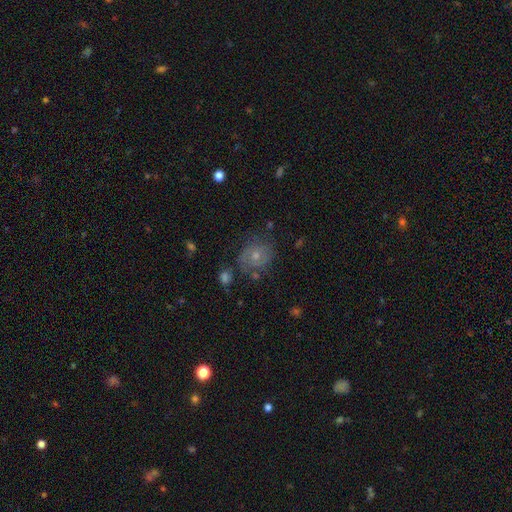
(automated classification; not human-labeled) Smooth or featured? Predicted: featured or disk (p=0.52). Edge-on disk? Predicted: no (p=0.97). Bar? Predicted: no (p=0.80). Spiral arms? Predicted: yes (p=0.74). Bulge size? Predicted: moderate (p=0.53). Merging? Predicted: none (p=0.67).